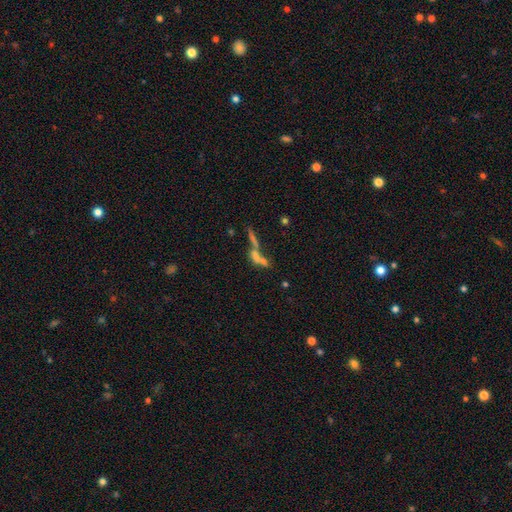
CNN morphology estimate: The model was most divided on "smooth or featured": smooth: 42%, featured or disk: 41%, star or artifact: 17%. More confident: merging — merger (55%).